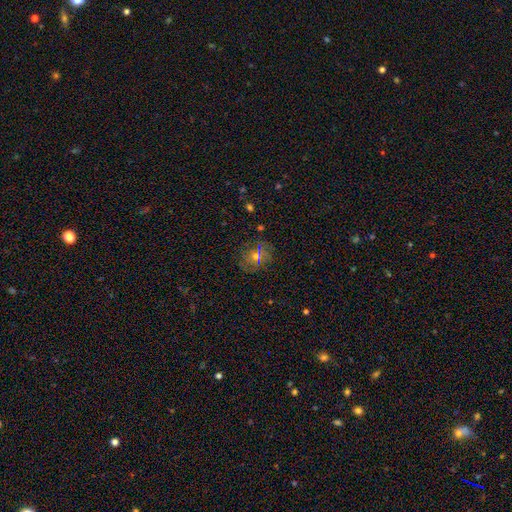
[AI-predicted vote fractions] smooth 43%, star or artifact 35%, featured or disk 22%. Down the decision tree: merging — none (80%).